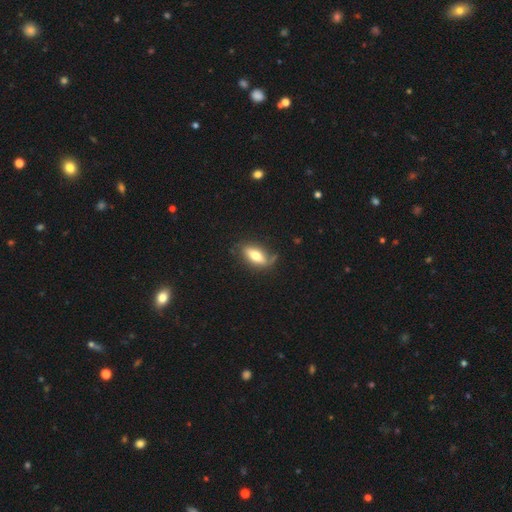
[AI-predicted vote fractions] This is possibly a smooth galaxy (60%). How rounded: likely in between (73%). Merging: likely none (65%).